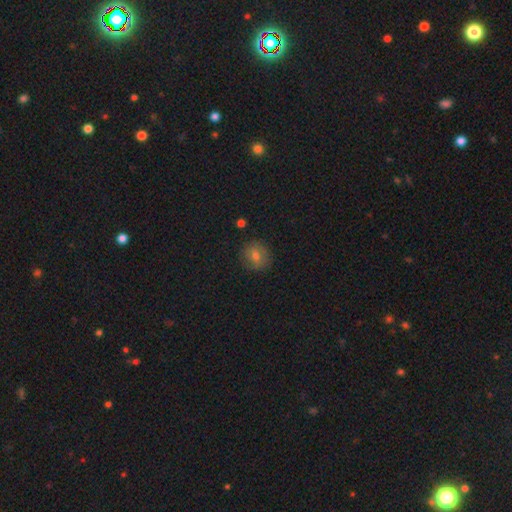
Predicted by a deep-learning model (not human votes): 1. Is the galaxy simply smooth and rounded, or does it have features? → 66% smooth, 19% featured or disk, 15% star or artifact.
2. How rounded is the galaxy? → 83% round, 16% in between, 1% cigar-shaped.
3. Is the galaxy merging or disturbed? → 86% none, 10% minor disturbance, 2% major disturbance, 1% merger.